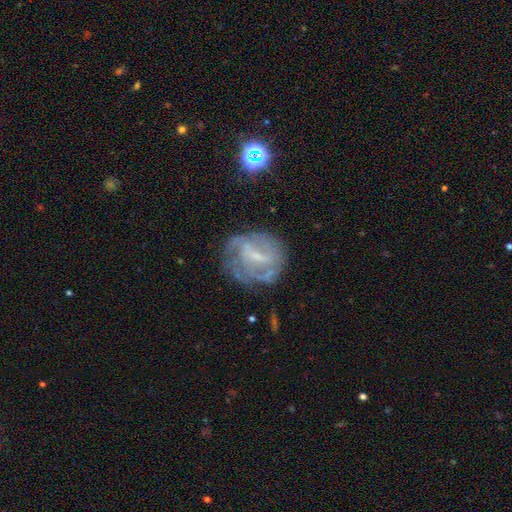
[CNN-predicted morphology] Smooth or featured?
  - featured or disk: 72% *
  - smooth: 18%
  - star or artifact: 10%
Edge-on disk?
  - no: 97% *
  - yes: 3%
Bar?
  - weak: 54% *
  - no: 24%
  - strong: 22%
Spiral arms?
  - yes: 72% *
  - no: 28%
Spiral winding?
  - tight: 44% *
  - medium: 38%
  - loose: 18%
Spiral arm count?
  - can't tell: 49% *
  - 2: 23%
  - 3: 12%
  - 4: 6%
  - 1: 5%
  - more than 4: 4%
Bulge size?
  - small: 59% *
  - moderate: 20%
  - none: 19%
  - large: 1%
  - dominant: 1%
Merging?
  - none: 59% *
  - minor disturbance: 22%
  - major disturbance: 16%
  - merger: 3%